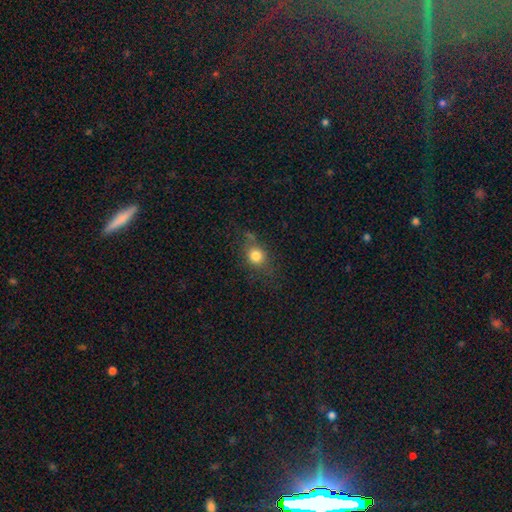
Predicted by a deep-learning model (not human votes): smooth-or-featured: smooth: 77% | star or artifact: 13% | featured or disk: 10%
  how-rounded: round: 72% | in between: 26% | cigar-shaped: 2%
  merging: none: 67% | minor disturbance: 20% | major disturbance: 9% | merger: 4%